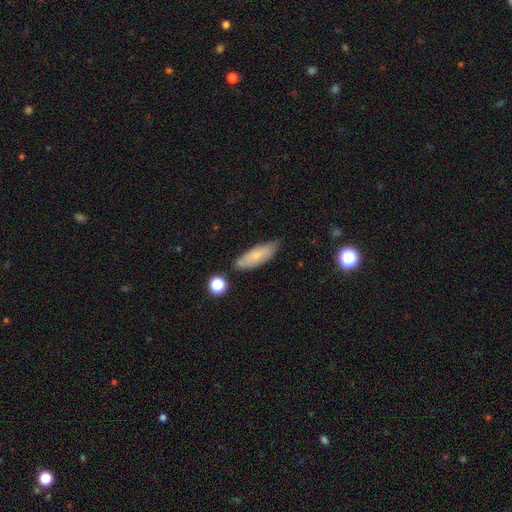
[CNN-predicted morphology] Smooth or featured? Predicted: smooth (p=0.70). How rounded? Predicted: in between (p=0.61). Merging? Predicted: none (p=0.71).